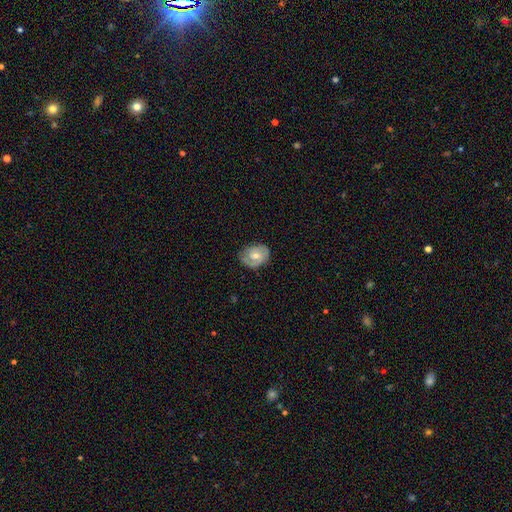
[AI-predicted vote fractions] A featured or disk galaxy (57%) with no bar (63%), spiral arms (77%) and a moderate central bulge (64%). Merging: none (76%).